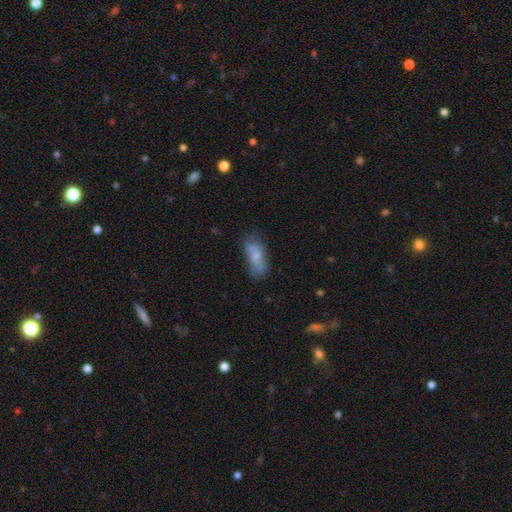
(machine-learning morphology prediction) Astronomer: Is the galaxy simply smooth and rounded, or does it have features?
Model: smooth — 68%.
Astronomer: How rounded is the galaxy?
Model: in between — 76%.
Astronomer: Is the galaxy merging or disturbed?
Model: none — 53% (runner-up: minor disturbance, 29%).